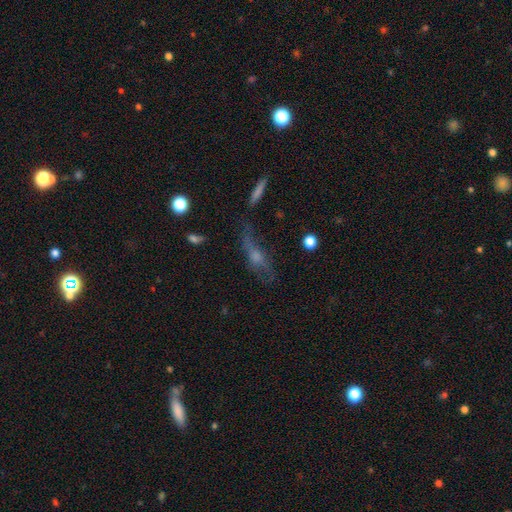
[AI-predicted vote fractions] featured or disk 54%, smooth 28%, star or artifact 18%. Down the decision tree: edge-on disk — no (55%); merging — none (50%).